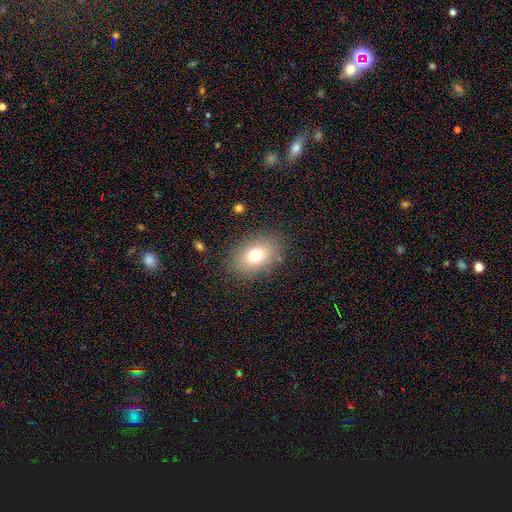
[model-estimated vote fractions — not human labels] smooth 75%, featured or disk 14%, star or artifact 11%. Down the decision tree: how rounded — in between (79%); merging — none (84%).